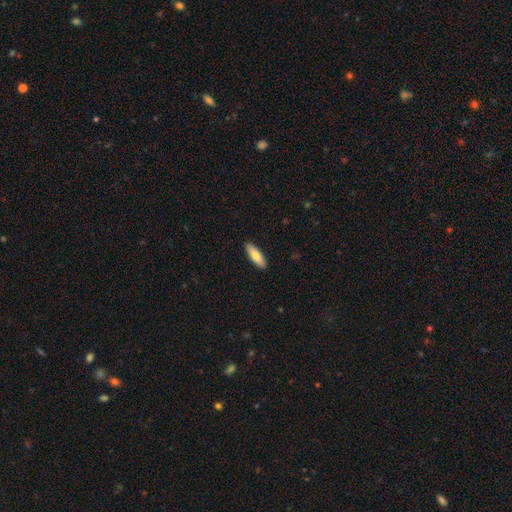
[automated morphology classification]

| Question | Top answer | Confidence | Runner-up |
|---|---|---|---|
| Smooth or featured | smooth | 79% | featured or disk (16%) |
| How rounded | in between | 50% | cigar-shaped (48%) |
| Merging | none | 91% | minor disturbance (7%) |